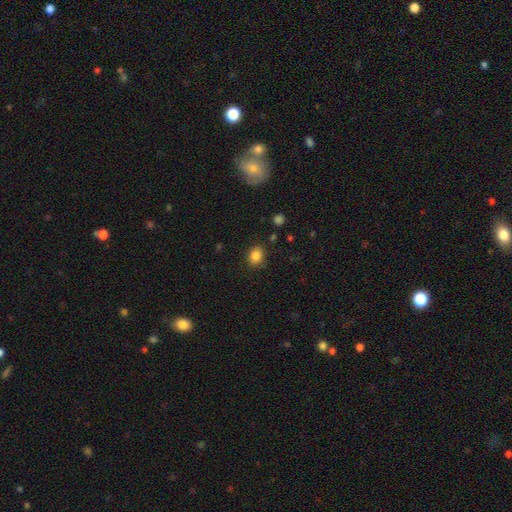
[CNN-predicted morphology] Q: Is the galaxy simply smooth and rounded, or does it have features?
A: smooth — 85%.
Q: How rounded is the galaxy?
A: round — 51%.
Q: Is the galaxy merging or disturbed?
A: none — 84%.